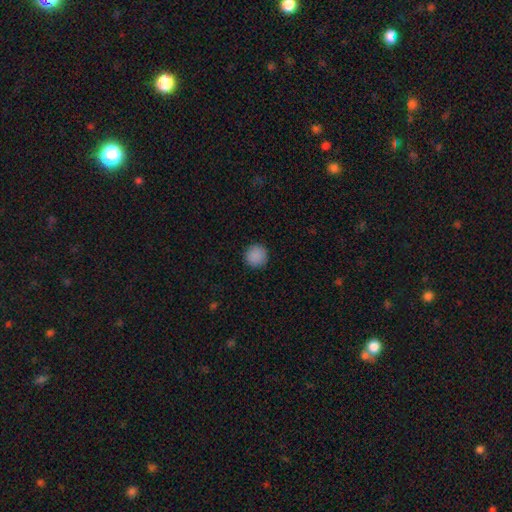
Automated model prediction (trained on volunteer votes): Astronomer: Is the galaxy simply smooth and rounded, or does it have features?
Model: smooth — 88%.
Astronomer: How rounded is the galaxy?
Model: round — 95%.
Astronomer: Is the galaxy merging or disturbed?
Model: none — 91%.